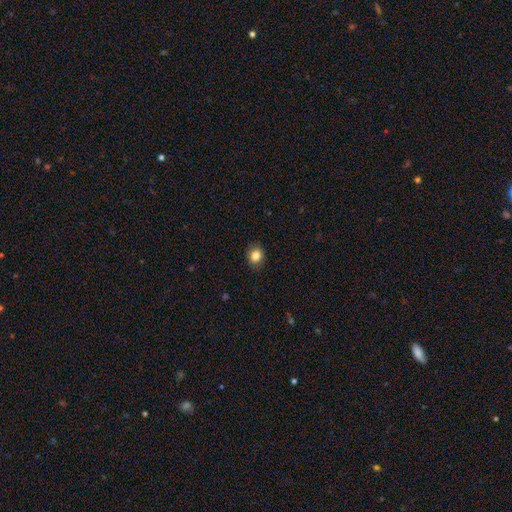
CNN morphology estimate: smooth-or-featured: smooth: 84% | star or artifact: 10% | featured or disk: 6%
  how-rounded: round: 70% | in between: 29% | cigar-shaped: 1%
  merging: none: 87% | minor disturbance: 10% | major disturbance: 2% | merger: 1%